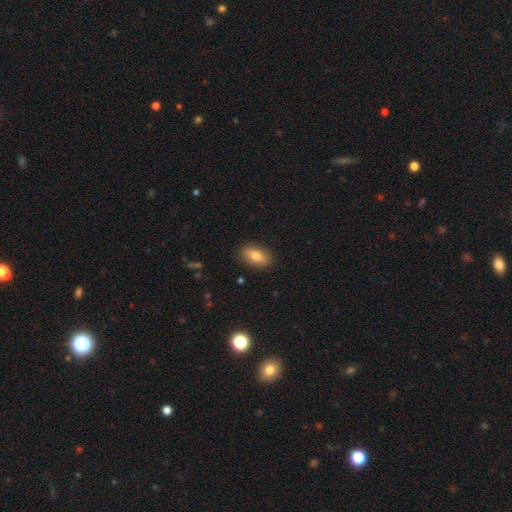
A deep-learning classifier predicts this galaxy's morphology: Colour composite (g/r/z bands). It shows a smooth galaxy with no disk features (80%) that is in between round and cigar-shaped (89%). Merging: none (88%).